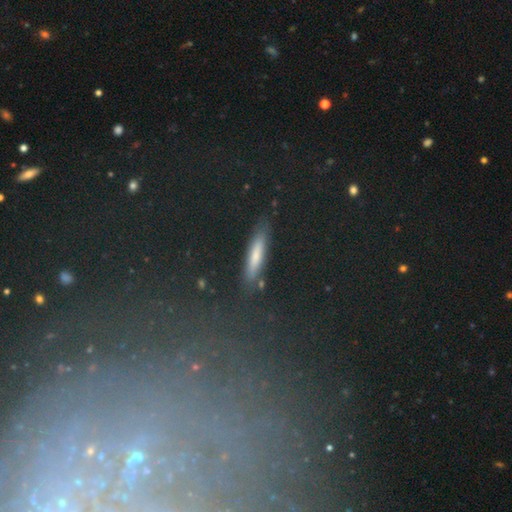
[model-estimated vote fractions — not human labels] Overall: smooth (68%). How rounded: cigar-shaped (76%). Merging: none (83%).